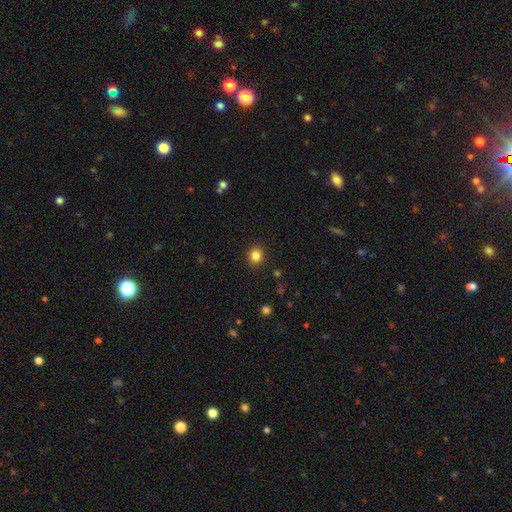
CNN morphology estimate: type=smooth (83%); roundness=round (86%); merging=none (90%).